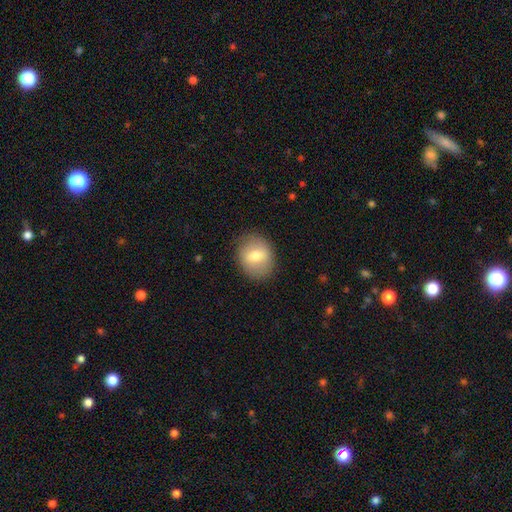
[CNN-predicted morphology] smooth_or_featured: smooth (p=0.68) [alt: featured or disk p=0.24]
how_rounded: round (p=0.62) [alt: in between p=0.37]
merging: none (p=0.85) [alt: minor disturbance p=0.11]